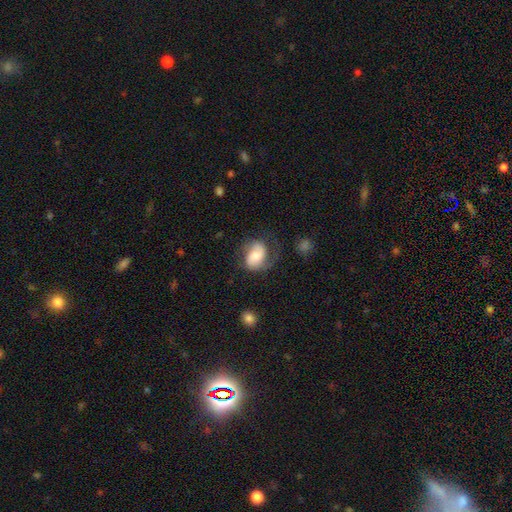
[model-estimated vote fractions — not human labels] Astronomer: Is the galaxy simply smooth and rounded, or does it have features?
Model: featured or disk — 52% (runner-up: smooth, 41%).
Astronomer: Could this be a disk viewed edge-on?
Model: no — 97%.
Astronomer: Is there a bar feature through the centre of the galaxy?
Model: no — 50% (runner-up: weak, 36%).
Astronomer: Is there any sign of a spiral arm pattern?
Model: yes — 86%.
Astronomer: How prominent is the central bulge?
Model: moderate — 47% (runner-up: small, 26%).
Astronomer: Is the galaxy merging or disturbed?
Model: none — 48% (runner-up: minor disturbance, 26%).